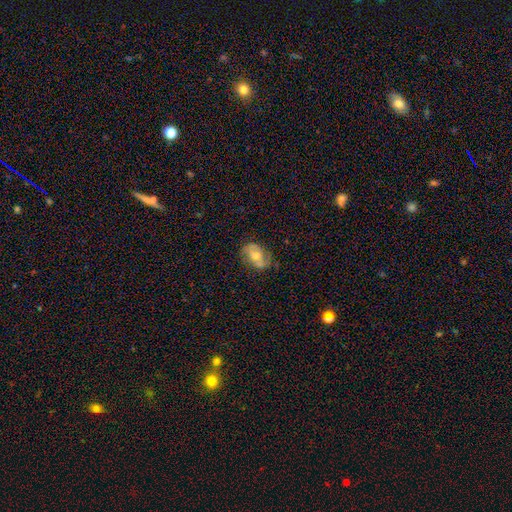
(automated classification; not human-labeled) Smooth or featured? Predicted: featured or disk (p=0.61). Edge-on disk? Predicted: no (p=0.95). Bar? Predicted: no (p=0.59). Spiral arms? Predicted: yes (p=0.78). Bulge size? Predicted: moderate (p=0.67). Merging? Predicted: none (p=0.73).